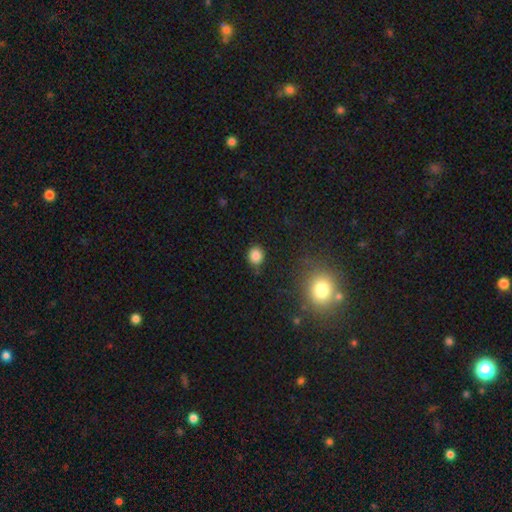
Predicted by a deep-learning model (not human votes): This is clearly a smooth galaxy (84%). How rounded: likely round (71%). Merging: clearly none (83%).